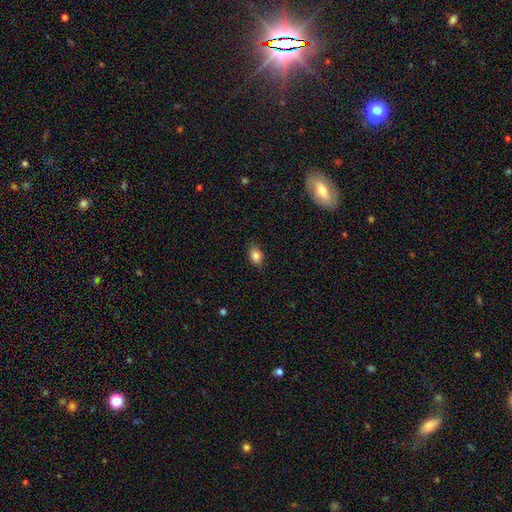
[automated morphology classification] The model was most divided on "how rounded": in between: 78%, round: 20%, cigar-shaped: 2%. More confident: smooth or featured — smooth (85%); merging — none (84%).